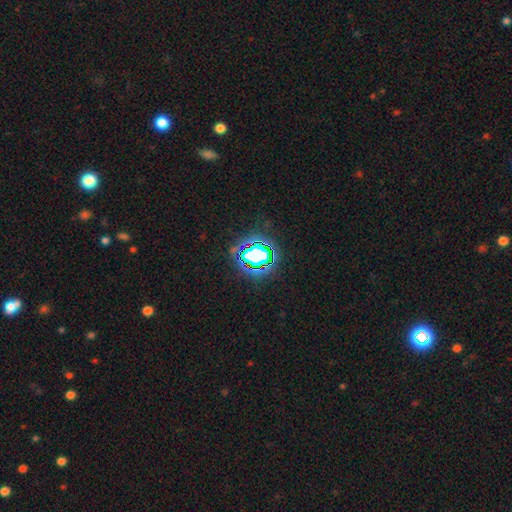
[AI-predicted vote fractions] A star or artifact, not a galaxy (61%).

Vote fractions:
- Smooth or featured? star or artifact: 61% / smooth: 24% / featured or disk: 15%